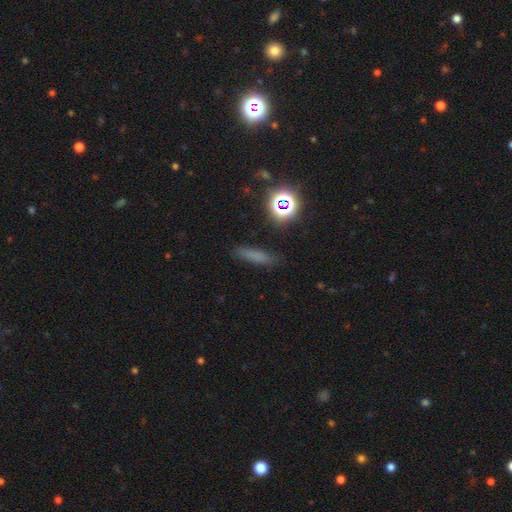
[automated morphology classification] The model was most divided on "smooth or featured": smooth: 69%, star or artifact: 18%, featured or disk: 14%. More confident: merging — none (85%); how rounded — cigar-shaped (80%).